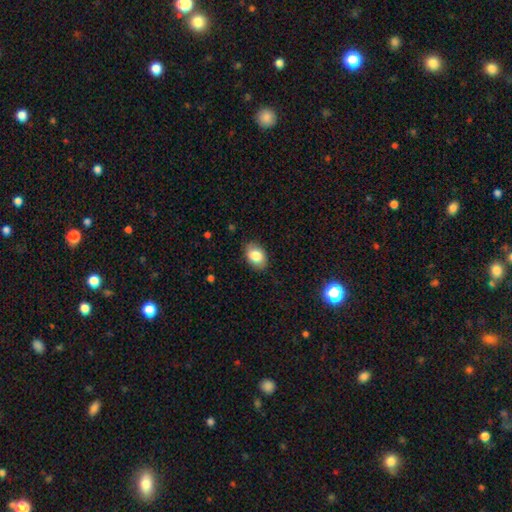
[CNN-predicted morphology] A smooth galaxy with no disk features (83%) that is in between round and cigar-shaped (84%). Merging: none (85%).